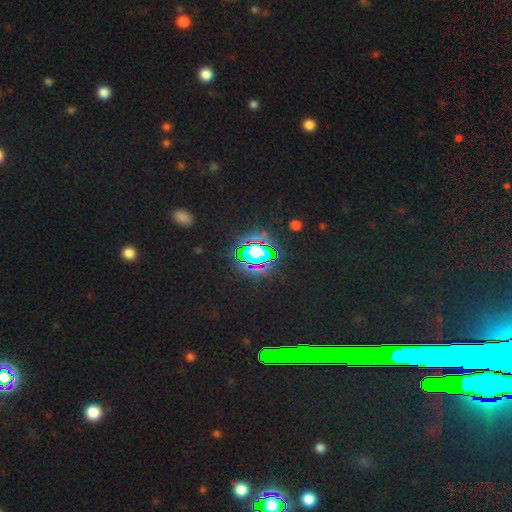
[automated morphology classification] A star or artifact, not a galaxy (71%).

Vote fractions:
- Smooth or featured? star or artifact: 71% / smooth: 19% / featured or disk: 11%